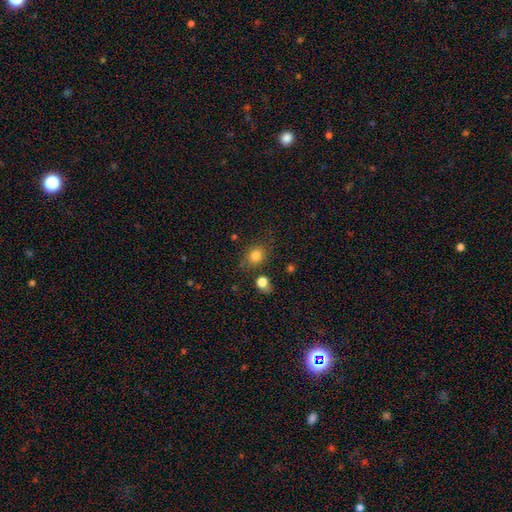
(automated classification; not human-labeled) A smooth galaxy with no disk features (82%) that is round (65%). Merging: none (74%).